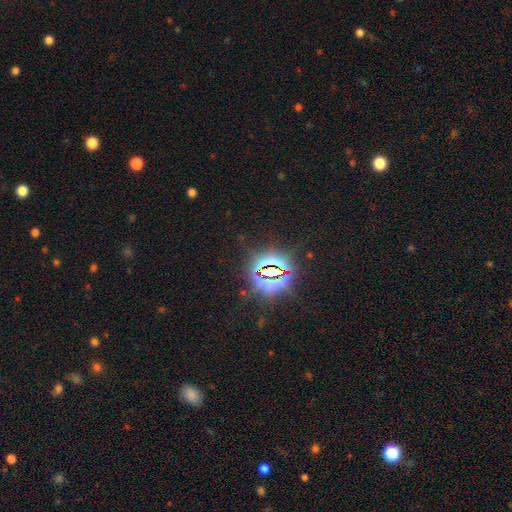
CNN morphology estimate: Smooth or featured: star or artifact — 81% (smooth — 11%)